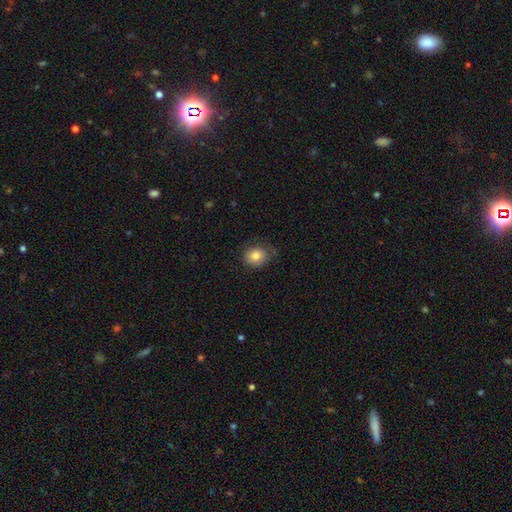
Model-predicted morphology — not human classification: Q: Smooth or featured?
A: smooth (82%); runner-up: star or artifact (10%)
Q: How rounded?
A: round (78%); runner-up: in between (21%)
Q: Merging?
A: none (77%); runner-up: minor disturbance (18%)